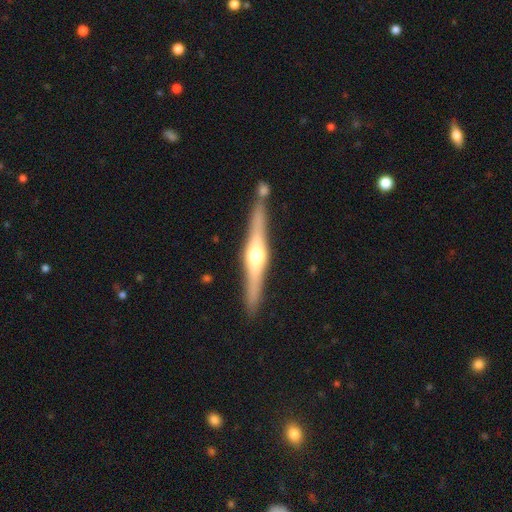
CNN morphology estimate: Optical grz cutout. It shows a featured or disk galaxy (74%) viewed edge-on (97%) with a rounded central bulge (92%). Merging: none (83%).